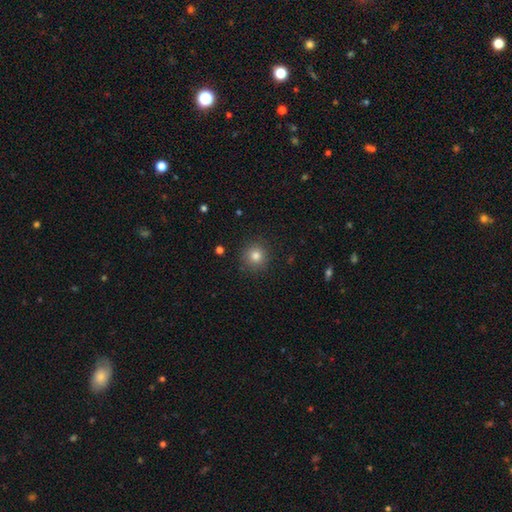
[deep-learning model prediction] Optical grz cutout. It shows a smooth galaxy with no disk features (81%) that is round (94%). Merging: none (89%).